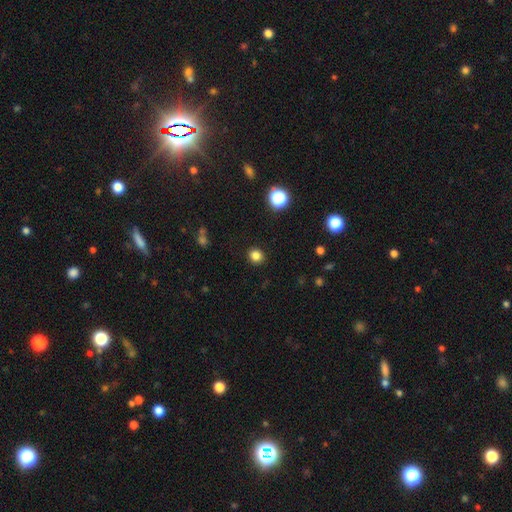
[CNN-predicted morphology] smooth 83%, star or artifact 13%, featured or disk 4%. Down the decision tree: how rounded — round (86%); merging — none (91%).